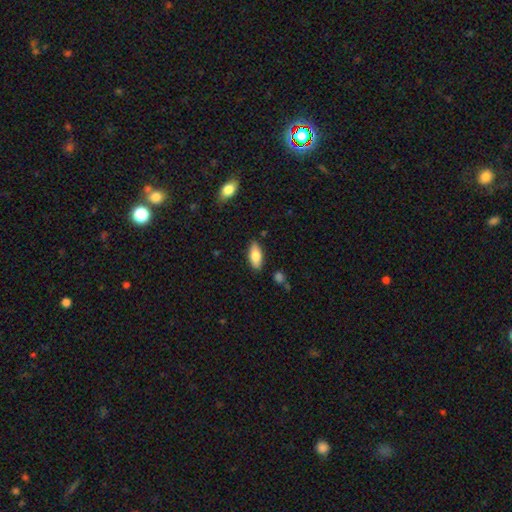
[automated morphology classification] A smooth galaxy with no disk features (79%) that is in between round and cigar-shaped (83%).

Vote fractions:
- Smooth or featured? smooth: 79% / featured or disk: 15% / star or artifact: 6%
- How rounded? in between: 83% / cigar-shaped: 15% / round: 2%
- Merging? none: 84% / minor disturbance: 11% / major disturbance: 2% / merger: 2%